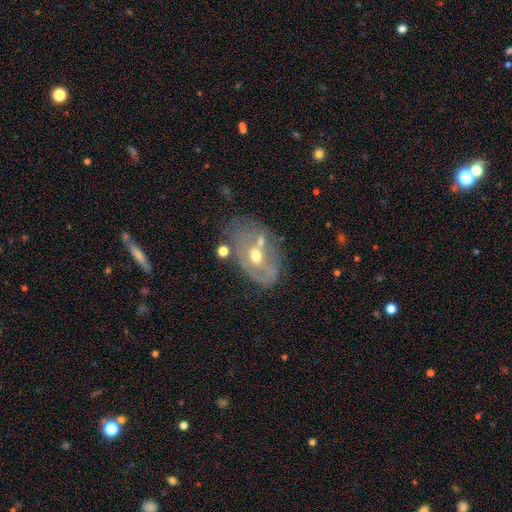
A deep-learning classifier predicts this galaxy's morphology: type=featured or disk (67%); edge-on=no (94%); bar=no (61%); spiral arms=no (57%); bulge=moderate (71%); merging=none (44%).